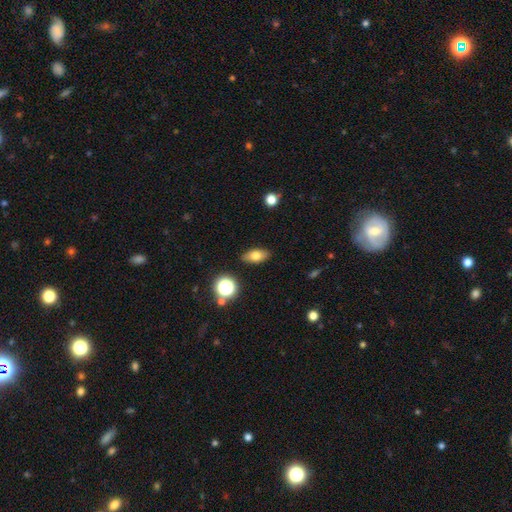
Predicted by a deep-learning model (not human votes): Smooth or featured: smooth — 75% (featured or disk — 15%)
How rounded: in between — 84% (round — 8%)
Merging: none — 88% (minor disturbance — 9%)